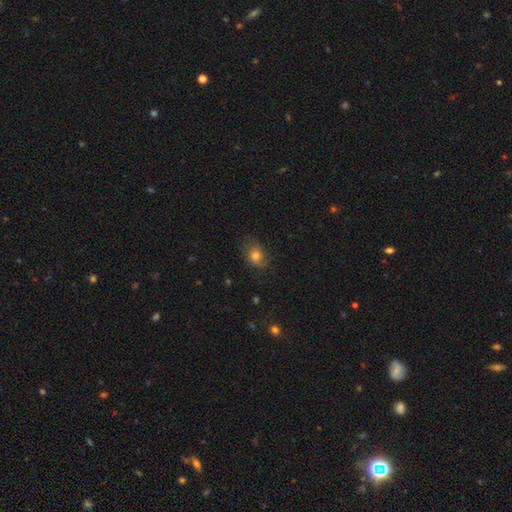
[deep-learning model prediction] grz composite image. It shows a smooth galaxy with no disk features (72%) that is in between round and cigar-shaped (61%). Merging: none (65%).